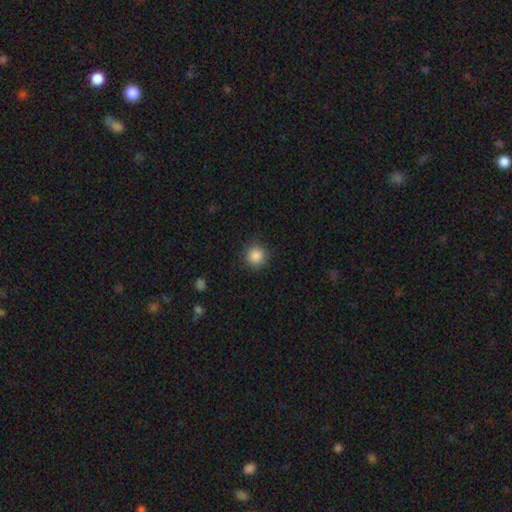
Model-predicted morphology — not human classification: Overall: smooth (87%). How rounded: round (94%). Merging: none (89%).